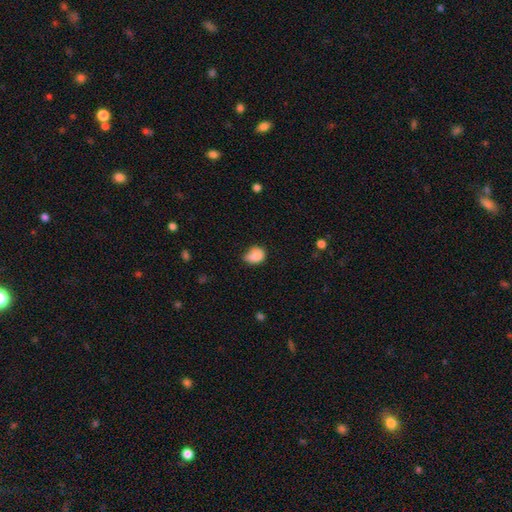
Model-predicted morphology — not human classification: smooth-or-featured: smooth: 85% | star or artifact: 9% | featured or disk: 7%
  how-rounded: in between: 62% | round: 37% | cigar-shaped: 1%
  merging: none: 47% | minor disturbance: 41% | major disturbance: 9% | merger: 3%